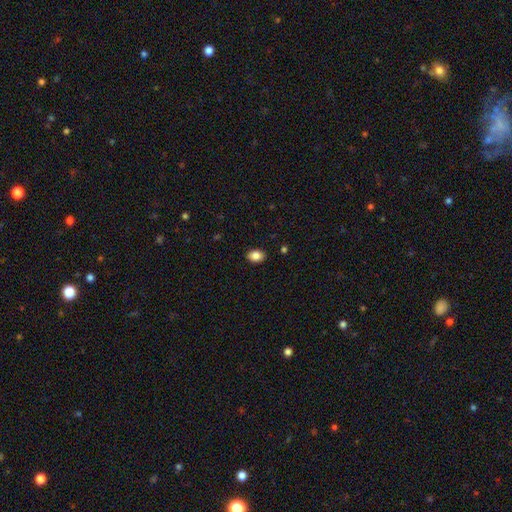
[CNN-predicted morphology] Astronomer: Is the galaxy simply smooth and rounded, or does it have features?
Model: smooth — 86%.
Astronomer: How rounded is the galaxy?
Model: in between — 75%.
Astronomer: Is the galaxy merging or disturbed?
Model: none — 89%.